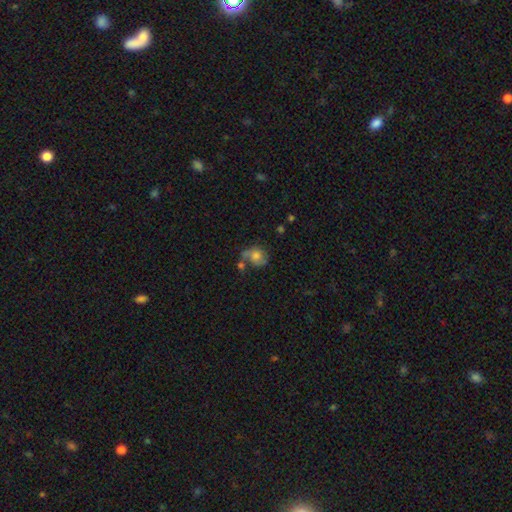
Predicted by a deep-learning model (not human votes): The model was most divided on "merging": none: 38%, minor disturbance: 23%, merger: 22%, major disturbance: 17%. More confident: how rounded — round (63%); smooth or featured — smooth (53%).